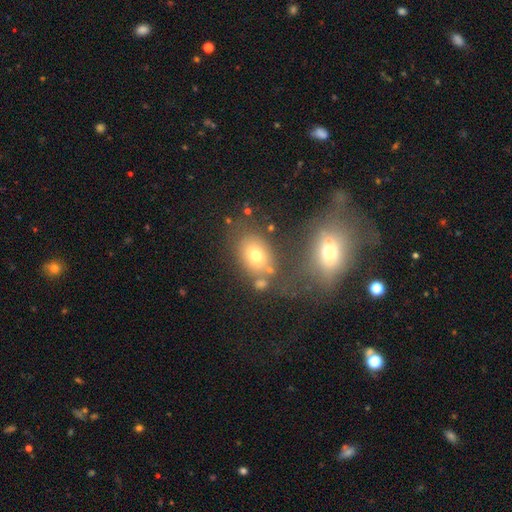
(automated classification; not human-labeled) Q: Smooth or featured?
A: smooth (69%); runner-up: featured or disk (17%)
Q: How rounded?
A: in between (71%); runner-up: round (28%)
Q: Merging?
A: none (58%); runner-up: merger (21%)